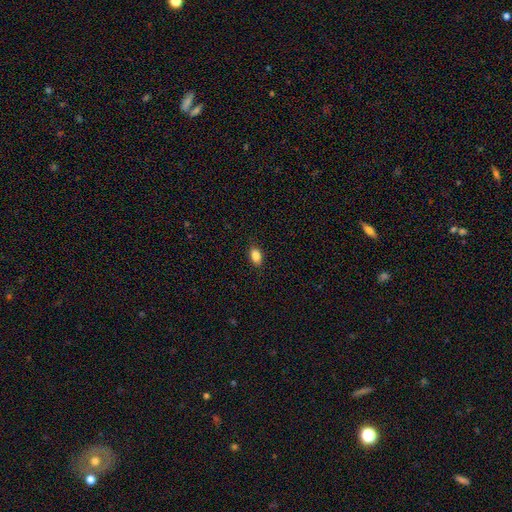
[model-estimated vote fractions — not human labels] smooth-or-featured: smooth: 87% | star or artifact: 8% | featured or disk: 5%
  how-rounded: in between: 90% | round: 8% | cigar-shaped: 3%
  merging: none: 88% | minor disturbance: 9% | major disturbance: 2% | merger: 1%